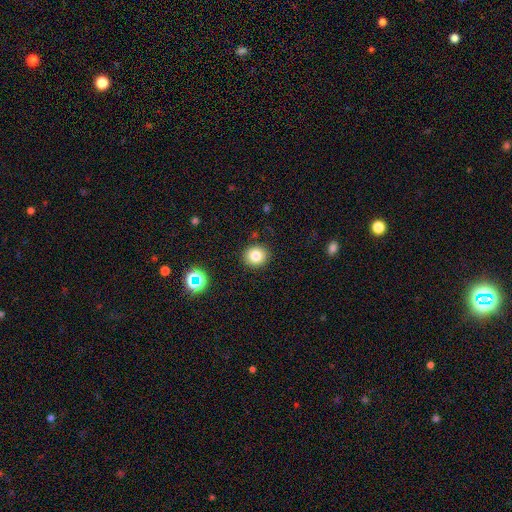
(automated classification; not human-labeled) A smooth galaxy with no disk features (80%) that is round (85%). Merging: none (90%).